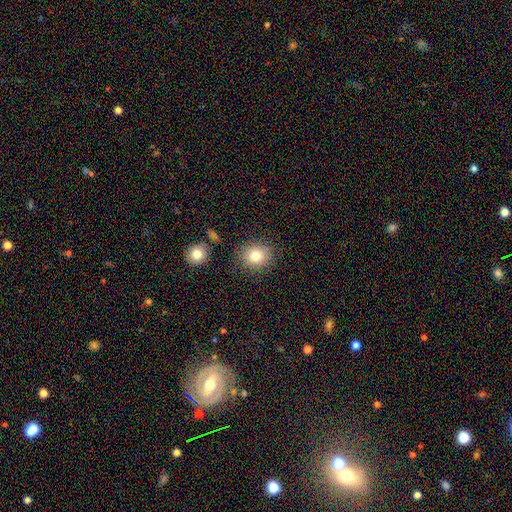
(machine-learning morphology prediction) Q: Smooth or featured?
A: smooth (80%); runner-up: star or artifact (11%)
Q: How rounded?
A: round (75%); runner-up: in between (24%)
Q: Merging?
A: none (83%); runner-up: minor disturbance (11%)